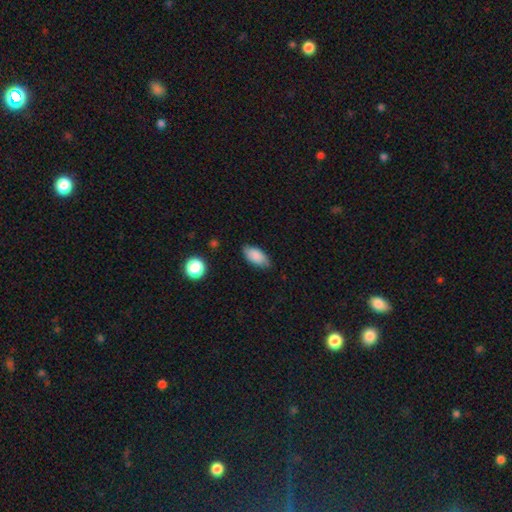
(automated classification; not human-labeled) Smooth or featured: smooth — 84% (featured or disk — 9%)
How rounded: in between — 90% (cigar-shaped — 7%)
Merging: none — 78% (minor disturbance — 18%)